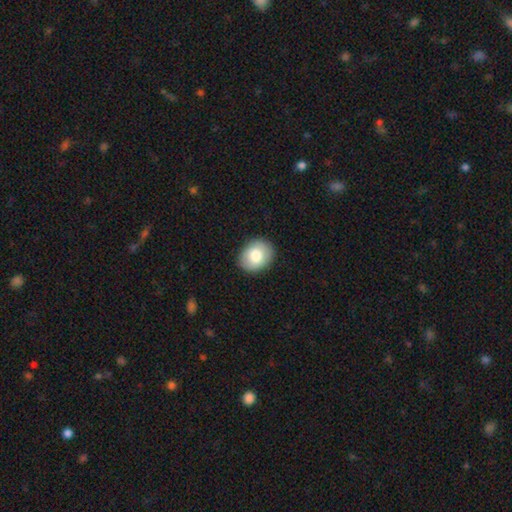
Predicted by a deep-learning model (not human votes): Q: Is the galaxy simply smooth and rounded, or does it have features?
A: smooth — 81%.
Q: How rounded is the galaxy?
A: in between — 56%.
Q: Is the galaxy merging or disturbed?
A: none — 89%.